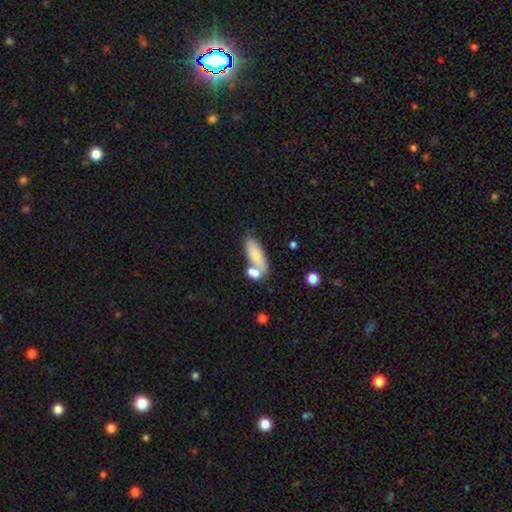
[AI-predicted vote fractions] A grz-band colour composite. It shows a smooth galaxy with no disk features (78%) that is in between round and cigar-shaped (72%). Merging: none (46%).